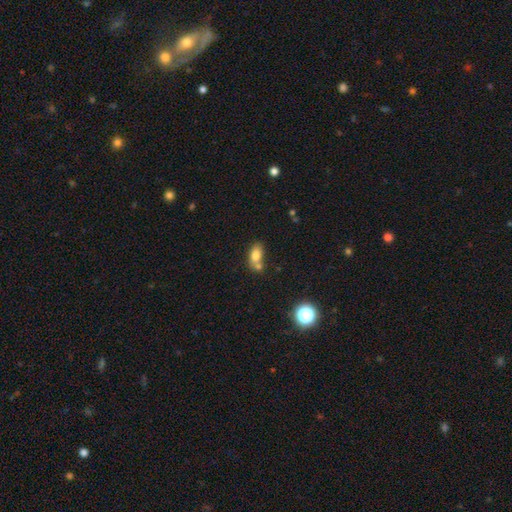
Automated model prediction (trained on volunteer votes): Morphology: type=smooth (77%); roundness=in between (83%); merging=none (43%).